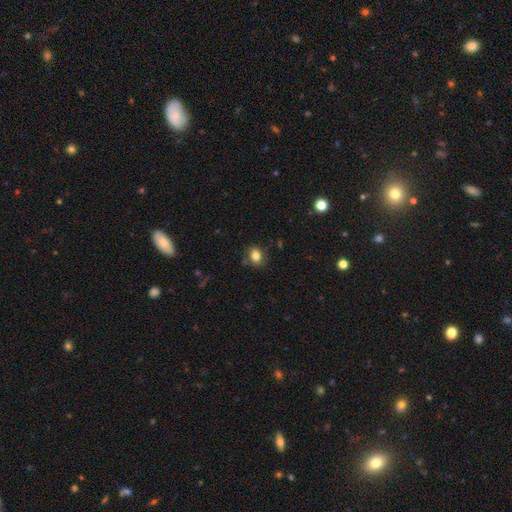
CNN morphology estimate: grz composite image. It shows a smooth galaxy with no disk features (81%) that is in between round and cigar-shaped (52%). Merging: none (80%).